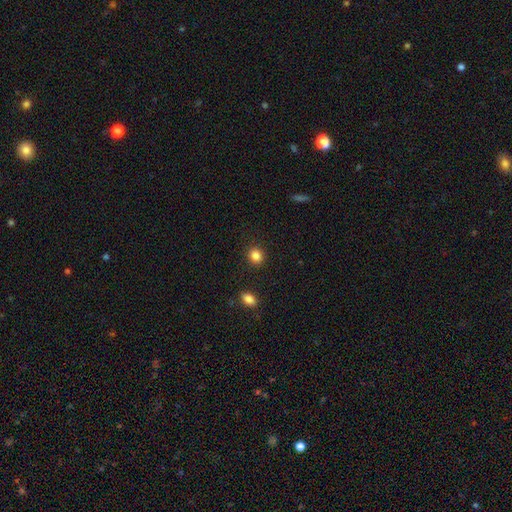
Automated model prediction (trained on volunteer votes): Morphology: type=smooth (85%); roundness=round (81%); merging=none (90%).